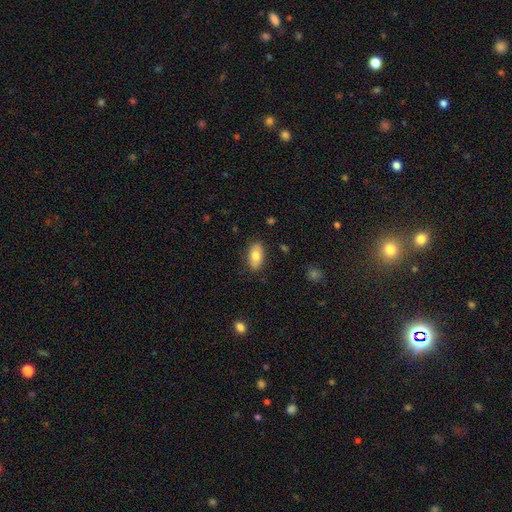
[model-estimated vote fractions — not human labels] The model was most divided on "smooth or featured": smooth: 76%, featured or disk: 17%, star or artifact: 7%. More confident: how rounded — in between (92%); merging — none (85%).